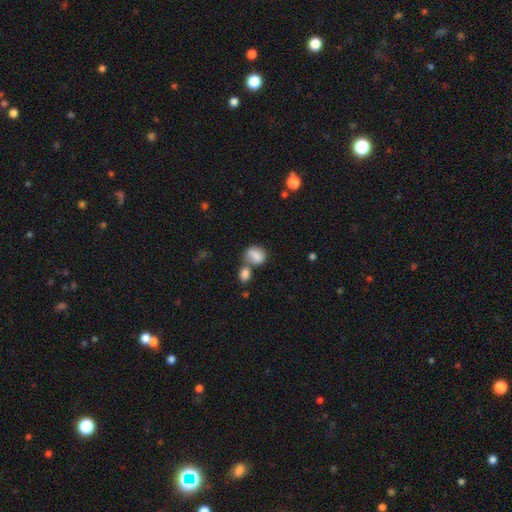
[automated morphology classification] smooth_or_featured: smooth (p=0.83) [alt: featured or disk p=0.09]
how_rounded: in between (p=0.54) [alt: round p=0.45]
merging: merger (p=0.48) [alt: none p=0.35]